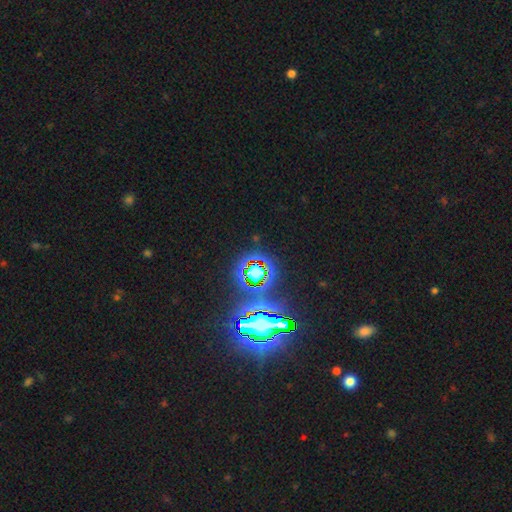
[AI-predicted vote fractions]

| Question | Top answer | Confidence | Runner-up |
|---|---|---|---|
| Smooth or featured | star or artifact | 83% | smooth (10%) |